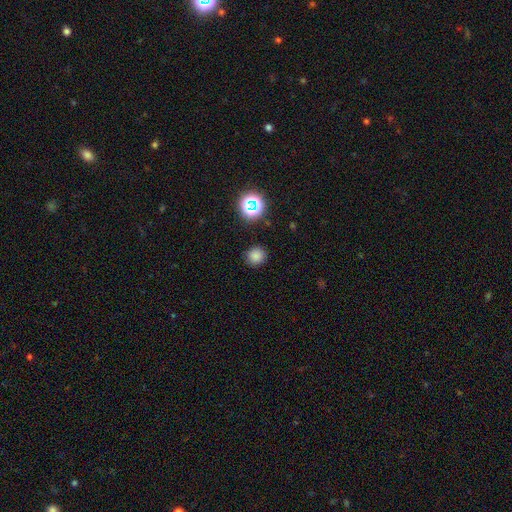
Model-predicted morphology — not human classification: Smooth or featured?
  - smooth: 79% *
  - star or artifact: 17%
  - featured or disk: 4%
How rounded?
  - round: 91% *
  - in between: 8%
  - cigar-shaped: 1%
Merging?
  - none: 88% *
  - minor disturbance: 8%
  - major disturbance: 3%
  - merger: 2%